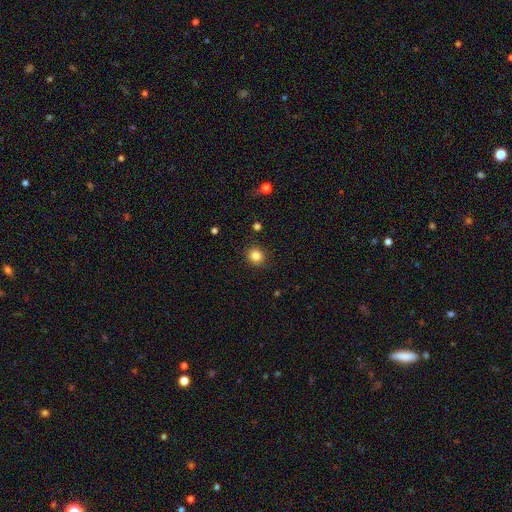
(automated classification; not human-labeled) Smooth or featured?
  - smooth: 84% *
  - star or artifact: 11%
  - featured or disk: 5%
How rounded?
  - round: 88% *
  - in between: 11%
  - cigar-shaped: 1%
Merging?
  - none: 89% *
  - minor disturbance: 8%
  - major disturbance: 2%
  - merger: 1%